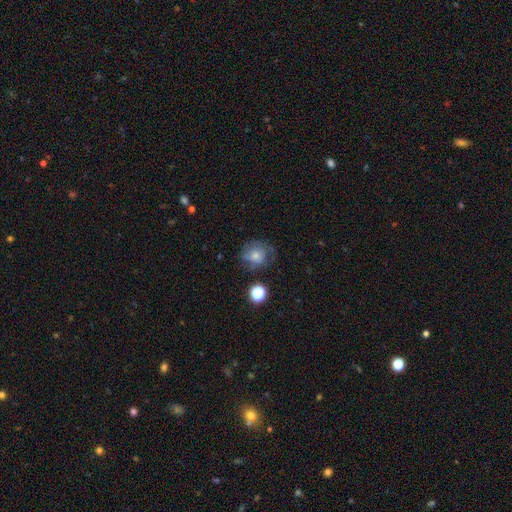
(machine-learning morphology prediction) The model was most divided on "smooth or featured": smooth: 48%, featured or disk: 39%, star or artifact: 13%. More confident: merging — none (54%).